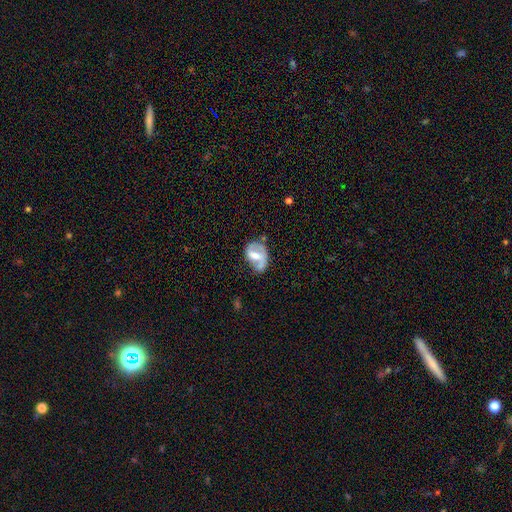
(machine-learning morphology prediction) Smooth or featured?
  - featured or disk: 62% *
  - smooth: 31%
  - star or artifact: 7%
Edge-on disk?
  - no: 97% *
  - yes: 3%
Bar?
  - weak: 46% *
  - no: 27%
  - strong: 27%
Spiral arms?
  - yes: 70% *
  - no: 30%
Bulge size?
  - moderate: 58% *
  - small: 23%
  - large: 11%
  - none: 6%
  - dominant: 2%
Merging?
  - none: 39% *
  - minor disturbance: 30%
  - major disturbance: 23%
  - merger: 8%